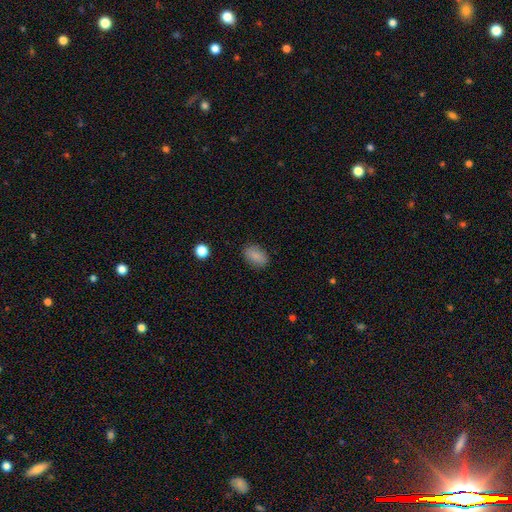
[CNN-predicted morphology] This is clearly a smooth galaxy (86%). How rounded: clearly in between (87%). Merging: clearly none (85%).